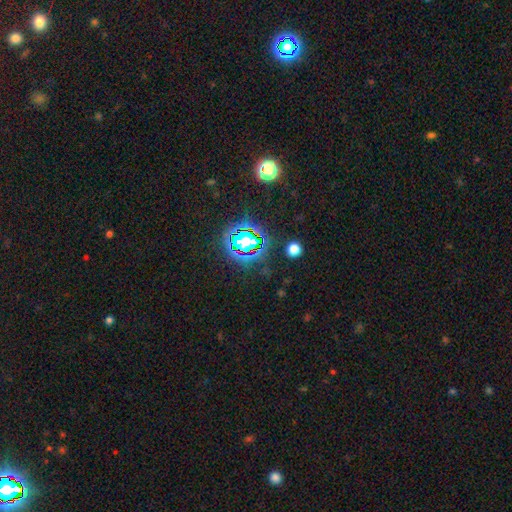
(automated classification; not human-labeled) Smooth or featured? star or artifact (80%)